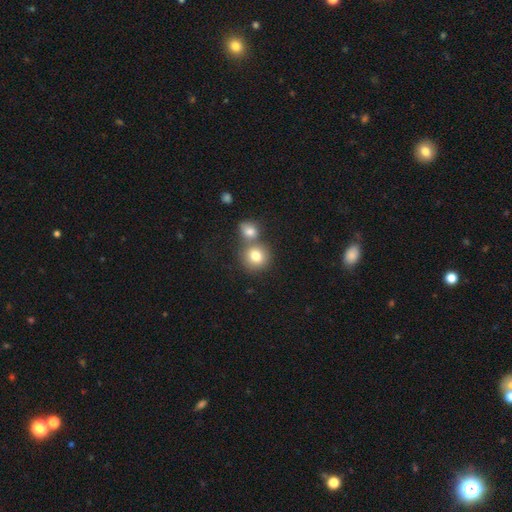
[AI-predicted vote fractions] Smooth or featured? smooth (79%)
How rounded? round (85%)
Merging? none (48%)